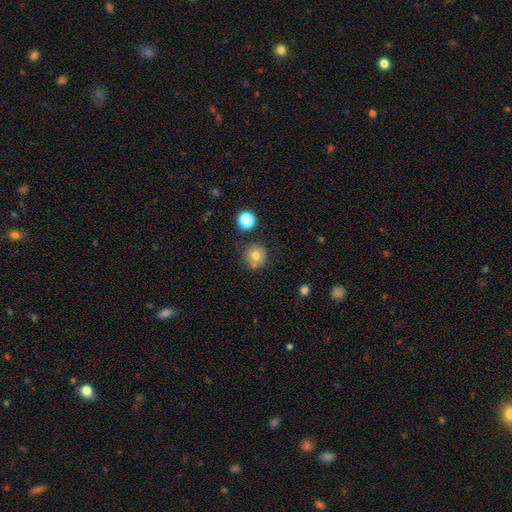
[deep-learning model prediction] This is likely a smooth galaxy (76%). How rounded: clearly round (94%). Merging: likely none (77%).